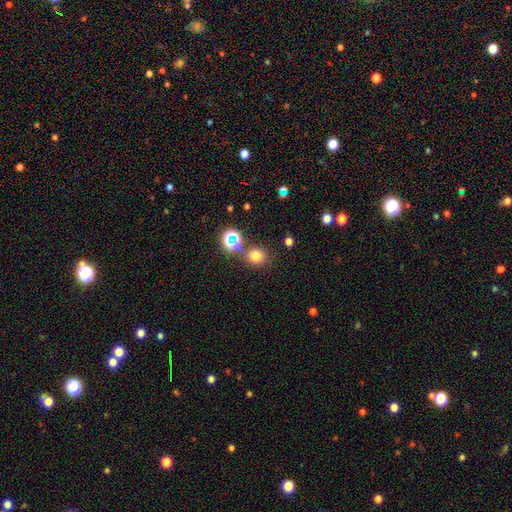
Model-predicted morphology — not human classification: Smooth or featured? Predicted: smooth (p=0.72). How rounded? Predicted: round (p=0.88). Merging? Predicted: none (p=0.79).